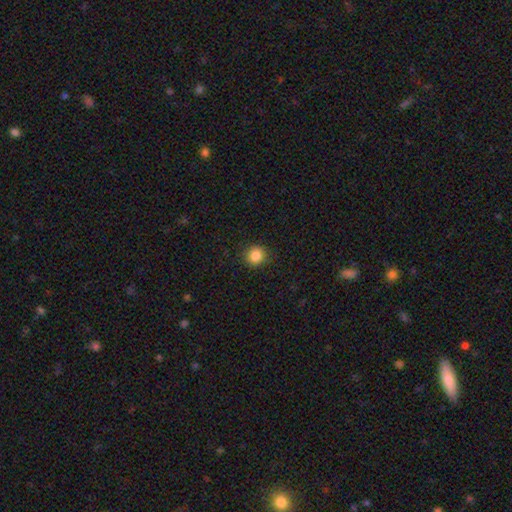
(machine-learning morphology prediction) This appears to be a smooth galaxy with no disk features (85%) that is round (90%). Merging: none (91%).